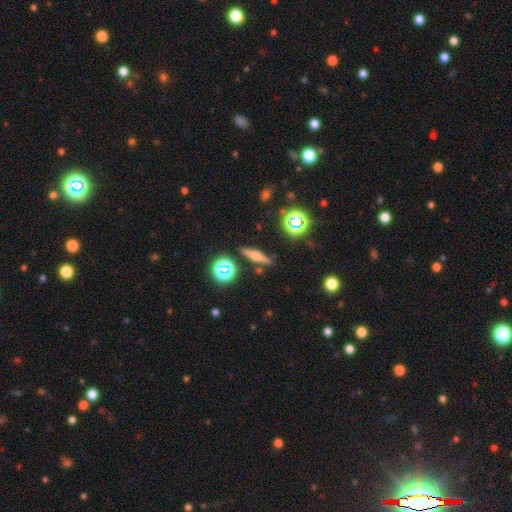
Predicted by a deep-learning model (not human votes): Q: Smooth or featured?
A: featured or disk (45%); runner-up: smooth (40%)
Q: Merging?
A: none (84%); runner-up: minor disturbance (9%)